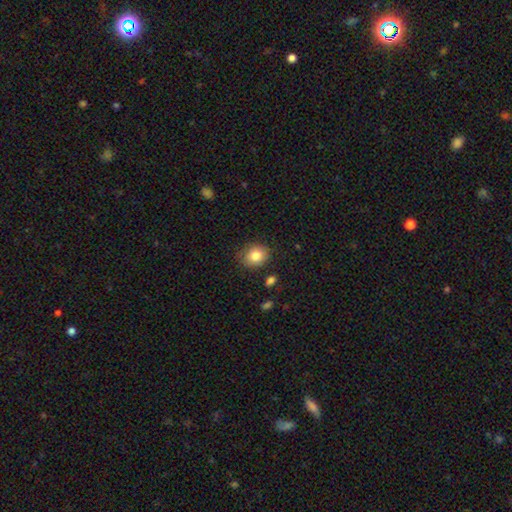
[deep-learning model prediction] This appears to be a smooth galaxy with no disk features (84%) that is round (59%). Merging: none (81%).